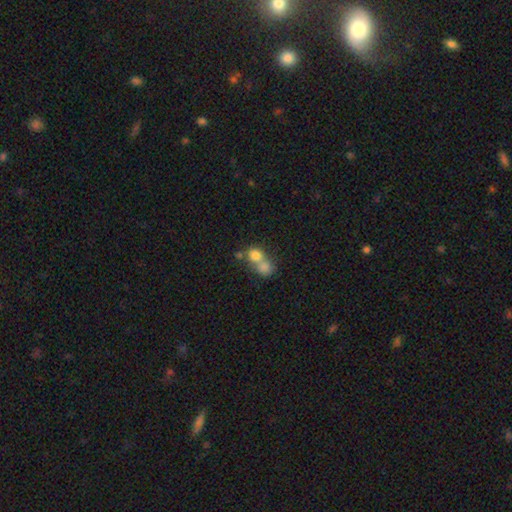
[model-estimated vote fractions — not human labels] Smooth or featured?
  - smooth: 77% *
  - featured or disk: 13%
  - star or artifact: 11%
How rounded?
  - round: 72% *
  - in between: 27%
  - cigar-shaped: 1%
Merging?
  - merger: 64% *
  - none: 27%
  - minor disturbance: 6%
  - major disturbance: 4%